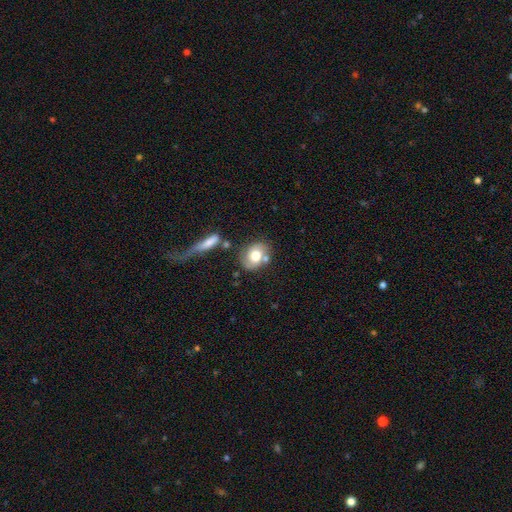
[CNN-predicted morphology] smooth-or-featured: smooth: 60% | featured or disk: 32% | star or artifact: 8%
  how-rounded: in between: 54% | round: 45% | cigar-shaped: 2%
  merging: none: 61% | minor disturbance: 17% | merger: 16% | major disturbance: 6%